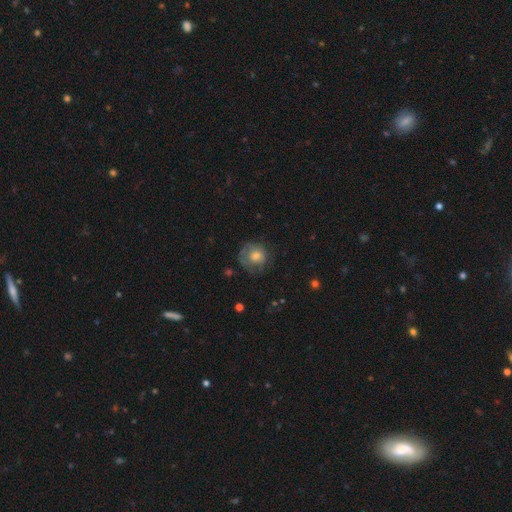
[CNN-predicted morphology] Smooth or featured?
  - smooth: 55% *
  - featured or disk: 35%
  - star or artifact: 10%
How rounded?
  - round: 85% *
  - in between: 14%
  - cigar-shaped: 1%
Merging?
  - none: 64% *
  - minor disturbance: 21%
  - major disturbance: 13%
  - merger: 1%